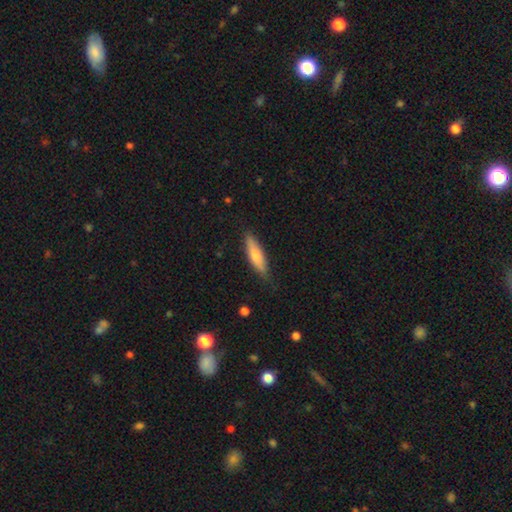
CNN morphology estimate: This appears to be a smooth galaxy with no disk features (70%) that is cigar-shaped (64%). Merging: none (79%).